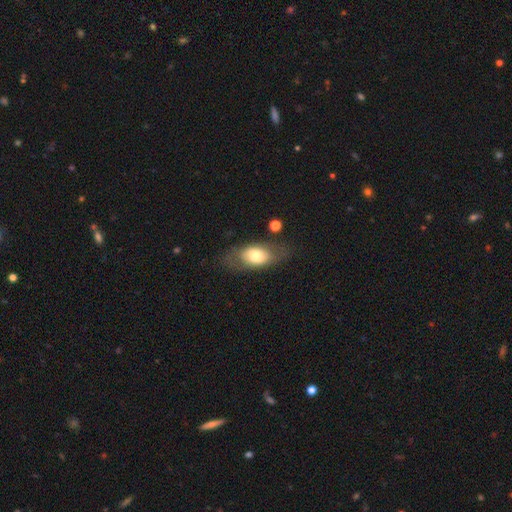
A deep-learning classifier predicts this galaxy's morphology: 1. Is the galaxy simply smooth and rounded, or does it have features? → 64% smooth, 29% featured or disk, 7% star or artifact.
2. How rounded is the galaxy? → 82% in between, 13% round, 6% cigar-shaped.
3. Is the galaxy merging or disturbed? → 70% none, 17% minor disturbance, 10% major disturbance, 3% merger.